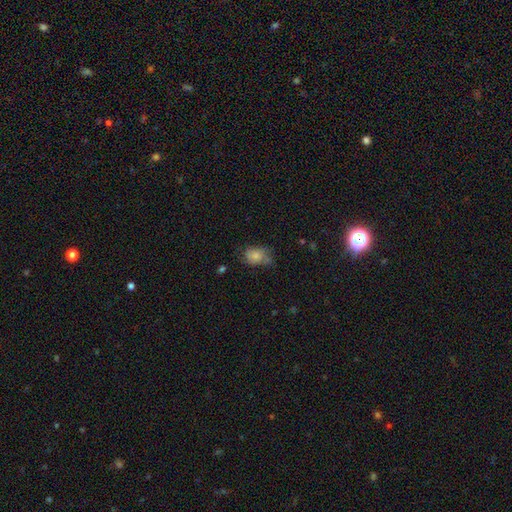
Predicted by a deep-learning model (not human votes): smooth_or_featured: smooth (p=0.76) [alt: featured or disk p=0.14]
how_rounded: in between (p=0.72) [alt: round p=0.27]
merging: none (p=0.47) [alt: minor disturbance p=0.34]